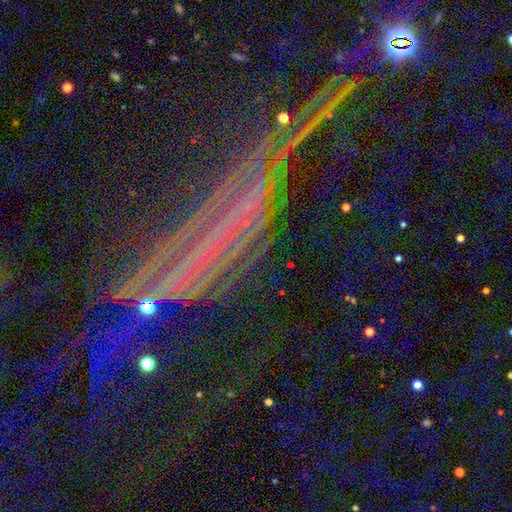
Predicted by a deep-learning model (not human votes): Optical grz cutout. It shows a star or artifact, not a galaxy (77%).